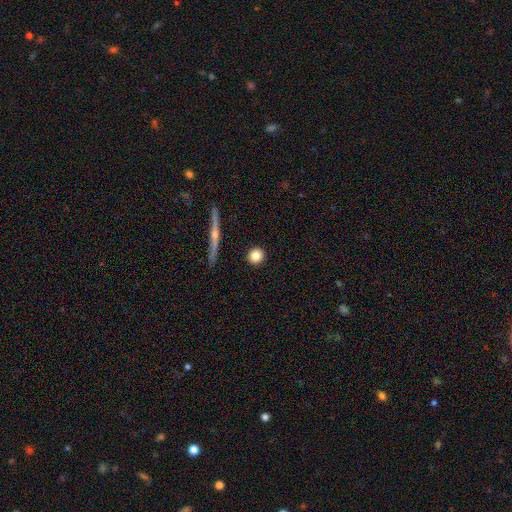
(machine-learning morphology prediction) This appears to be a smooth galaxy with no disk features (79%) that is round (92%). Merging: none (91%).